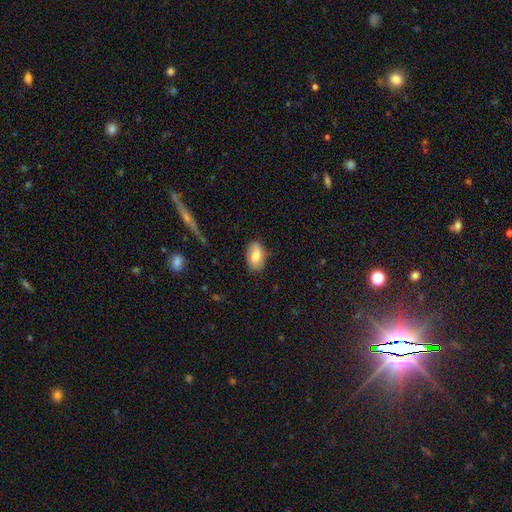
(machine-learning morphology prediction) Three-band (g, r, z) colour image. It shows a smooth galaxy with no disk features (75%) that is in between round and cigar-shaped (90%). Merging: none (77%).